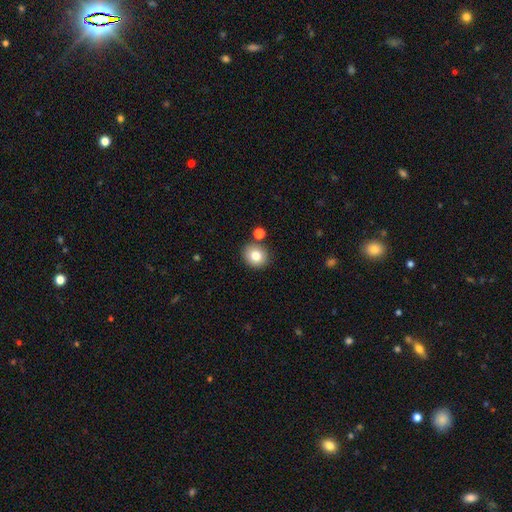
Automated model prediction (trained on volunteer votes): smooth 81%, star or artifact 10%, featured or disk 9%. Down the decision tree: how rounded — round (80%); merging — none (82%).